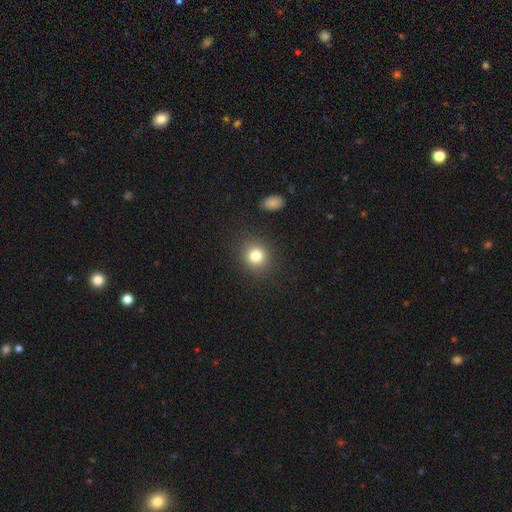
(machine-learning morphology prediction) A smooth galaxy with no disk features (80%) that is round (83%).

Vote fractions:
- Smooth or featured? smooth: 80% / star or artifact: 12% / featured or disk: 7%
- How rounded? round: 83% / in between: 17% / cigar-shaped: 1%
- Merging? none: 88% / minor disturbance: 7% / major disturbance: 3% / merger: 2%